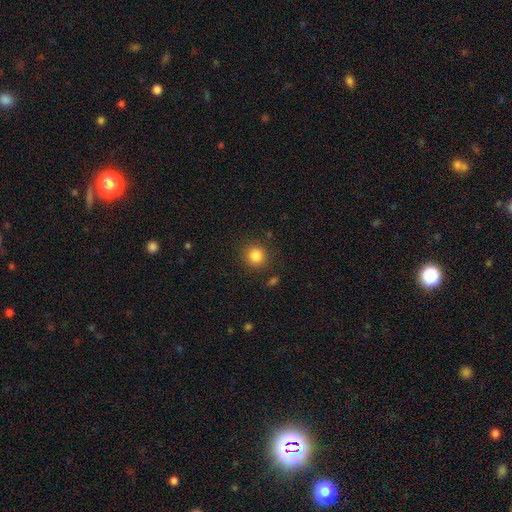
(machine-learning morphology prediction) Overall: smooth (84%). How rounded: round (91%). Merging: none (87%).